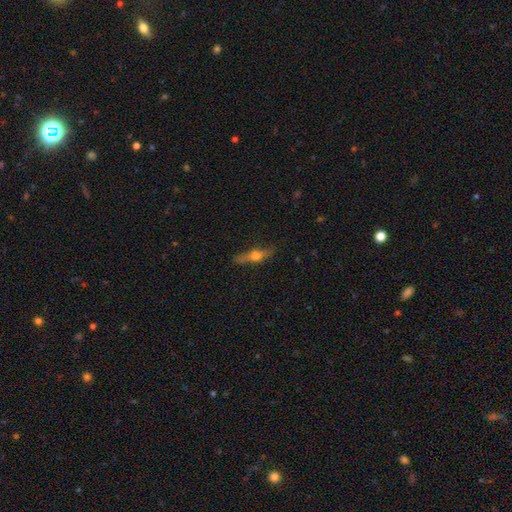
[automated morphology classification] smooth-or-featured: featured or disk: 47% | smooth: 46% | star or artifact: 8%
  merging: none: 79% | minor disturbance: 15% | major disturbance: 4% | merger: 2%